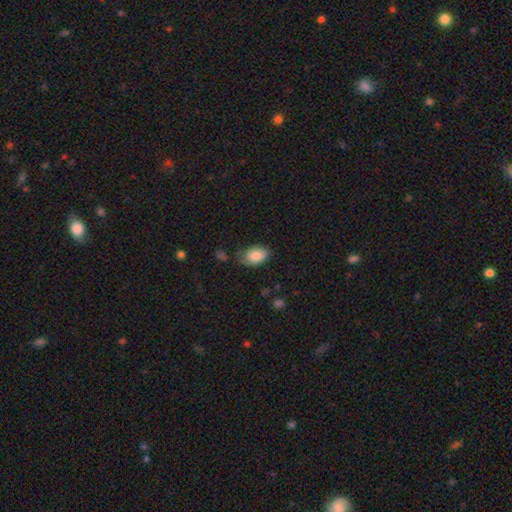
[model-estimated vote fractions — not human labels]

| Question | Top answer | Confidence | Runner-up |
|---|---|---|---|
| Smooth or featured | smooth | 83% | featured or disk (10%) |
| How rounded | in between | 89% | round (9%) |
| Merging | none | 61% | minor disturbance (29%) |